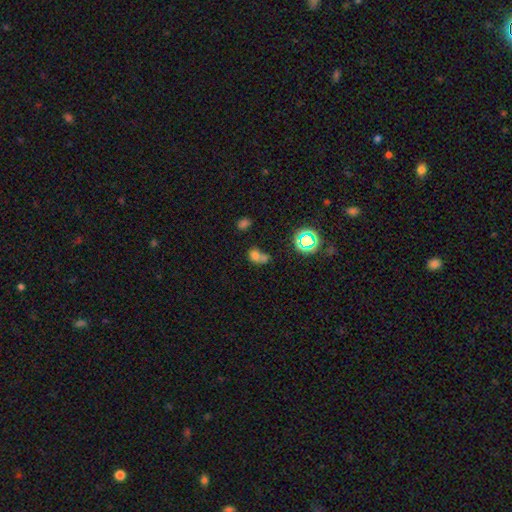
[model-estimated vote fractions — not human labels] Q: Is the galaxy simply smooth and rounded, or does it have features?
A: smooth — 64%.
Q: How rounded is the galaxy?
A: in between — 52%.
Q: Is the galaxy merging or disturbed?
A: merger — 53%.